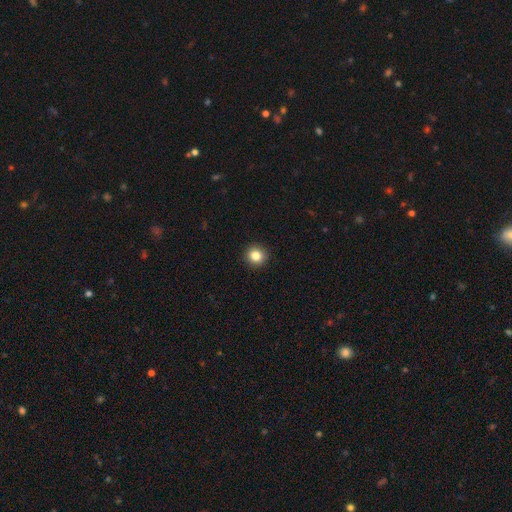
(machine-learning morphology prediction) smooth_or_featured: smooth (p=0.84) [alt: star or artifact p=0.10]
how_rounded: round (p=0.92) [alt: in between p=0.07]
merging: none (p=0.92) [alt: minor disturbance p=0.05]